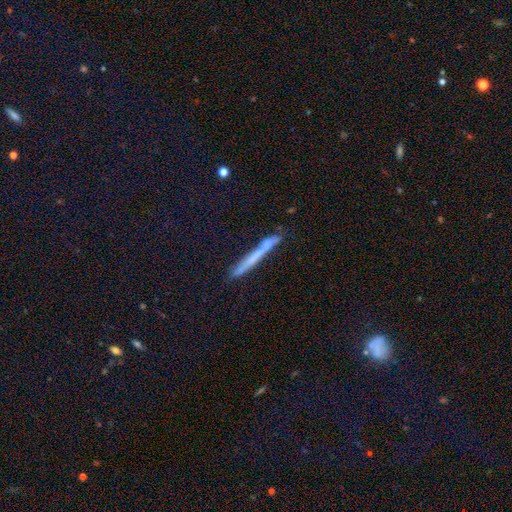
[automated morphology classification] smooth 49%, featured or disk 39%, star or artifact 12%. Down the decision tree: merging — none (75%).